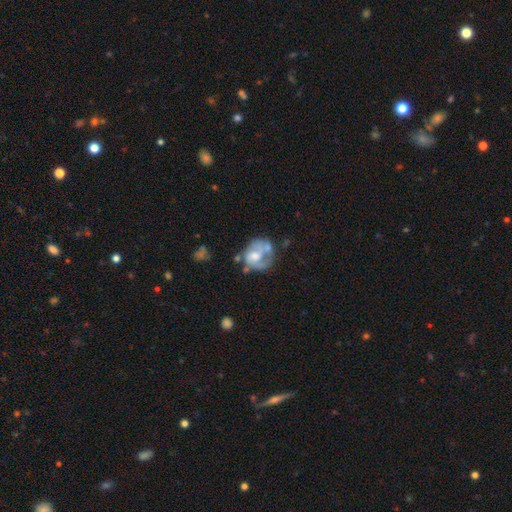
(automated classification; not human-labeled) This appears to be a featured or disk galaxy (59%) with no bar (74%), spiral arms (52%) and a moderate central bulge (56%). Merging: none (36%).